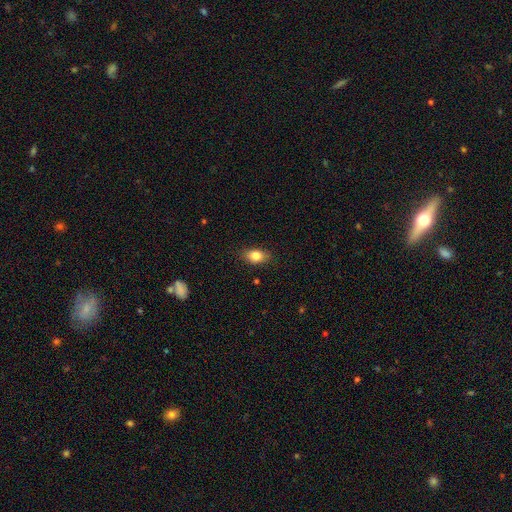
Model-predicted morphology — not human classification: type=smooth (82%); roundness=in between (82%); merging=none (84%).